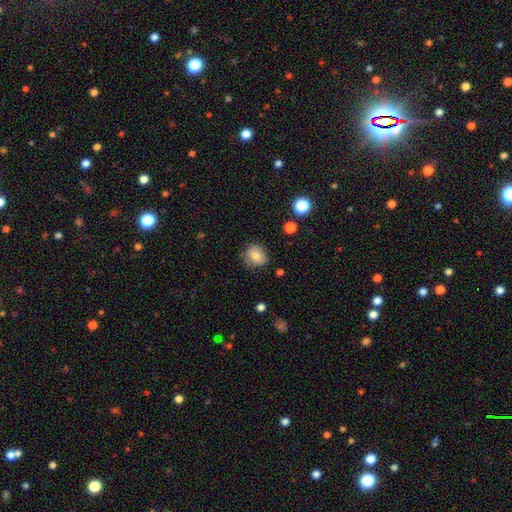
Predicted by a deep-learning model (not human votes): Overall: smooth (77%). How rounded: round (69%; in between 30%). Merging: none (72%).